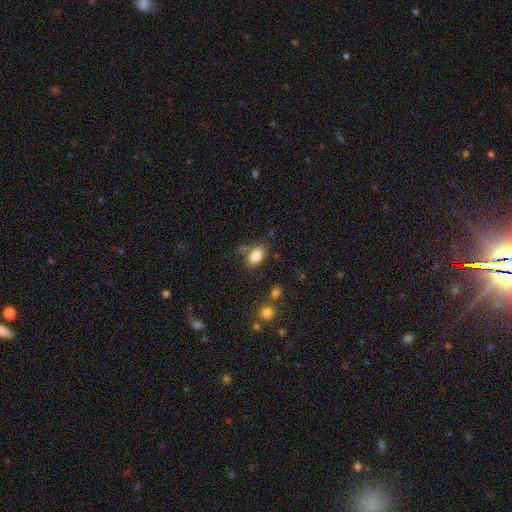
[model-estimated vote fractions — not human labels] Smooth or featured? smooth (84%)
How rounded? in between (91%)
Merging? none (70%)